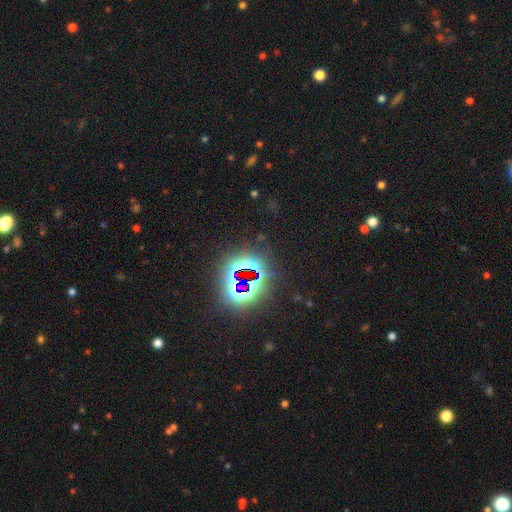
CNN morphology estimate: The model was most divided on "smooth or featured": star or artifact: 83%, smooth: 9%, featured or disk: 7%.